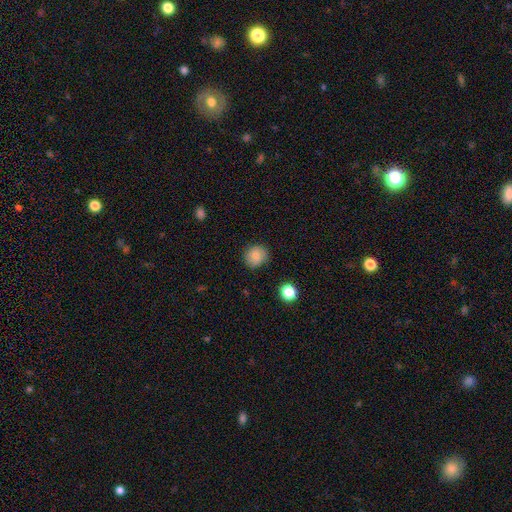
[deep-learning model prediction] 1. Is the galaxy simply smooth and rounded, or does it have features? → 81% smooth, 10% featured or disk, 9% star or artifact.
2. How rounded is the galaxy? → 86% round, 13% in between, 1% cigar-shaped.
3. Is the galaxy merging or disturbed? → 84% none, 12% minor disturbance, 3% major disturbance, 1% merger.